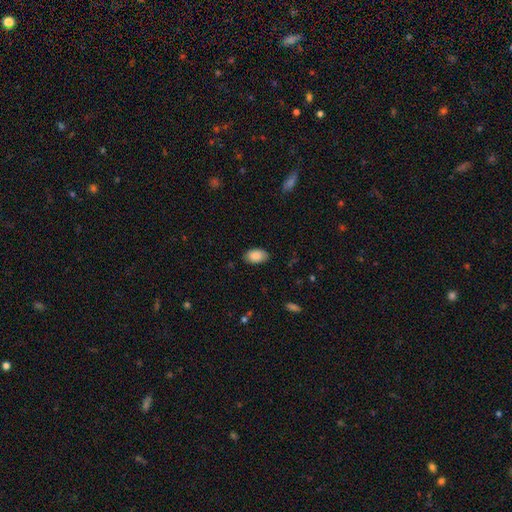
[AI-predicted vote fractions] Smooth or featured? Predicted: smooth (p=0.89). How rounded? Predicted: in between (p=0.92). Merging? Predicted: none (p=0.85).